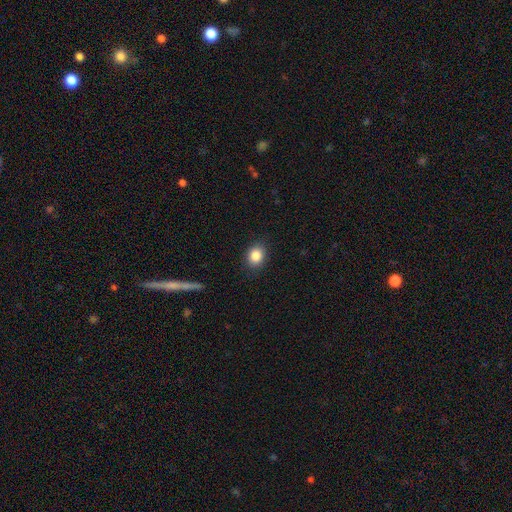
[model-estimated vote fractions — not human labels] Overall: smooth (85%). How rounded: round (50%; in between 49%). Merging: none (88%).